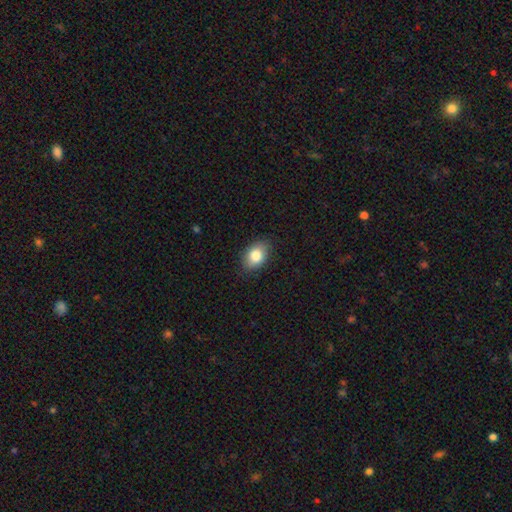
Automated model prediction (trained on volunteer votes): Smooth or featured?
  - smooth: 83% *
  - featured or disk: 9%
  - star or artifact: 8%
How rounded?
  - in between: 81% *
  - round: 17%
  - cigar-shaped: 1%
Merging?
  - none: 85% *
  - minor disturbance: 12%
  - major disturbance: 2%
  - merger: 1%